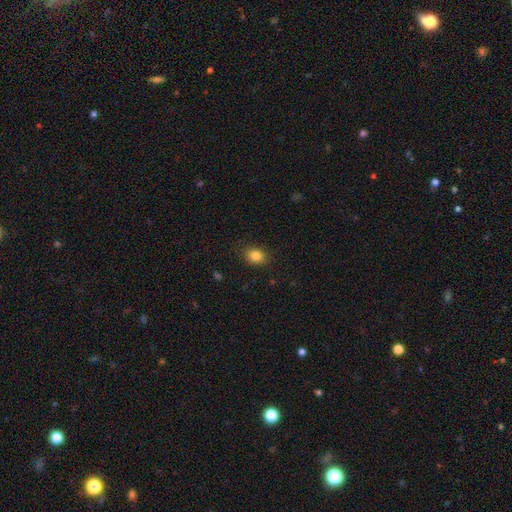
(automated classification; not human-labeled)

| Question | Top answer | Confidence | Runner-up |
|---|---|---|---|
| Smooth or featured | smooth | 83% | star or artifact (11%) |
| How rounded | in between | 50% | round (49%) |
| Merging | none | 87% | minor disturbance (10%) |